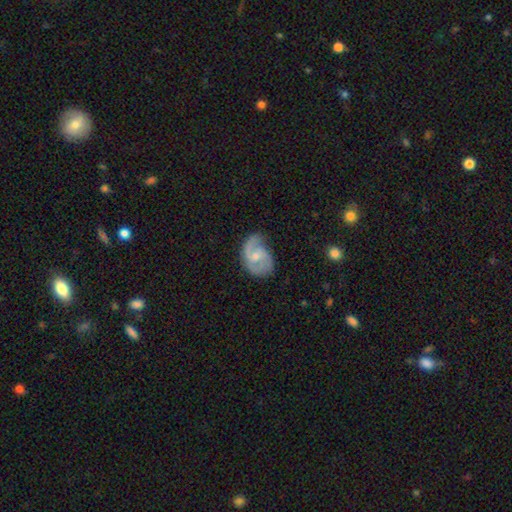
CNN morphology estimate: Smooth or featured? Predicted: featured or disk (p=0.78). Edge-on disk? Predicted: no (p=0.98). Bar? Predicted: no (p=0.49). Spiral arms? Predicted: yes (p=0.94). Spiral winding? Predicted: medium (p=0.51). Spiral arm count? Predicted: 2 (p=0.78). Bulge size? Predicted: small (p=0.52). Merging? Predicted: none (p=0.58).